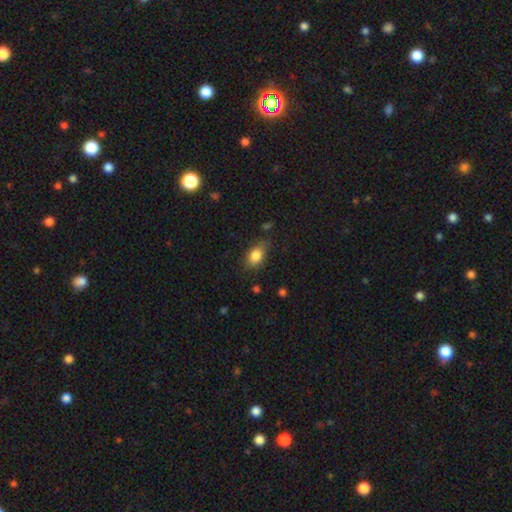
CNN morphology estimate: Smooth or featured? smooth (84%)
How rounded? in between (82%)
Merging? none (66%)